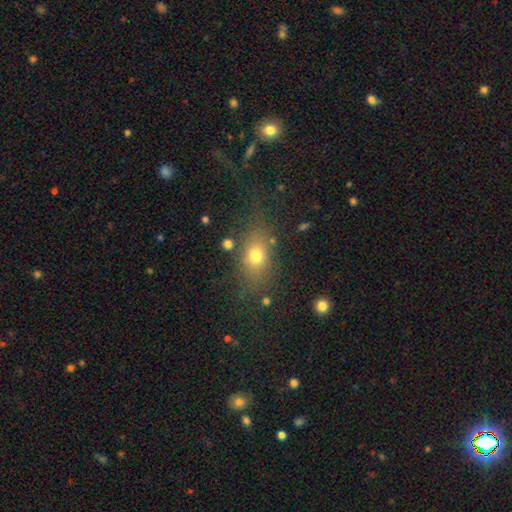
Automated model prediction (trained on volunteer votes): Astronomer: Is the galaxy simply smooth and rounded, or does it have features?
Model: smooth — 73%.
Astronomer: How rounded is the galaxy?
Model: in between — 67%.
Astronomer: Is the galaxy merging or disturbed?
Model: none — 73%.